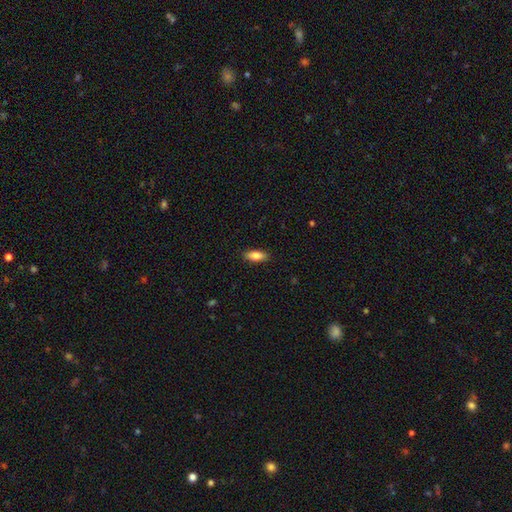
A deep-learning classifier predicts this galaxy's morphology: Smooth or featured? Predicted: smooth (p=0.82). How rounded? Predicted: in between (p=0.79). Merging? Predicted: none (p=0.89).